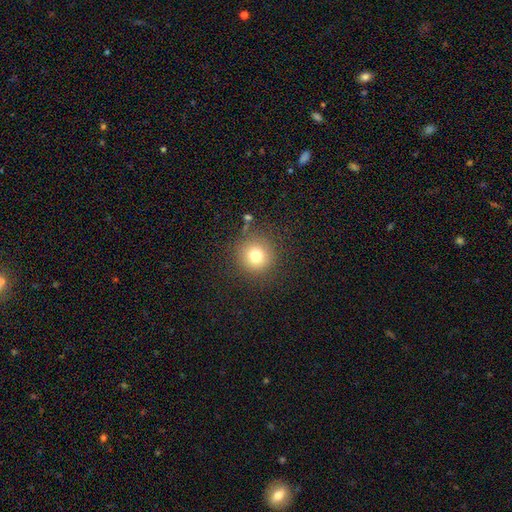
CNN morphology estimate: Smooth or featured? Predicted: smooth (p=0.76). How rounded? Predicted: round (p=0.95). Merging? Predicted: none (p=0.86).